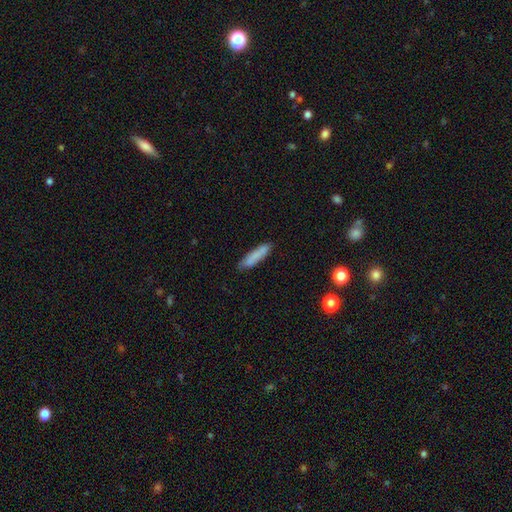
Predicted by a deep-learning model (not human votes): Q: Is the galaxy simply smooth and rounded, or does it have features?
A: smooth — 82%.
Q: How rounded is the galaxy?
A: cigar-shaped — 81%.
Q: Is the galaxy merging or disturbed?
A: none — 82%.